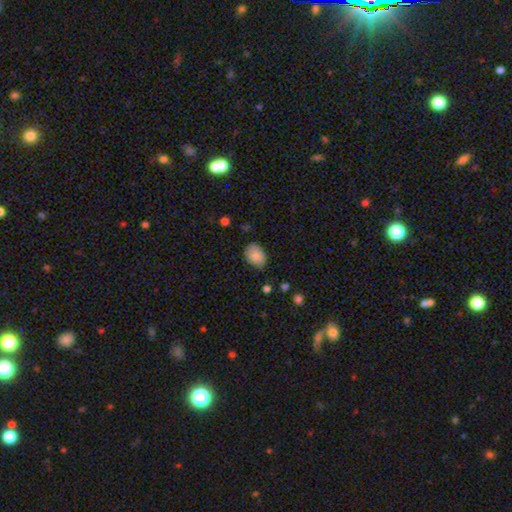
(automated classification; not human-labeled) This appears to be a smooth galaxy with no disk features (86%) that is in between round and cigar-shaped (75%). Merging: none (70%).